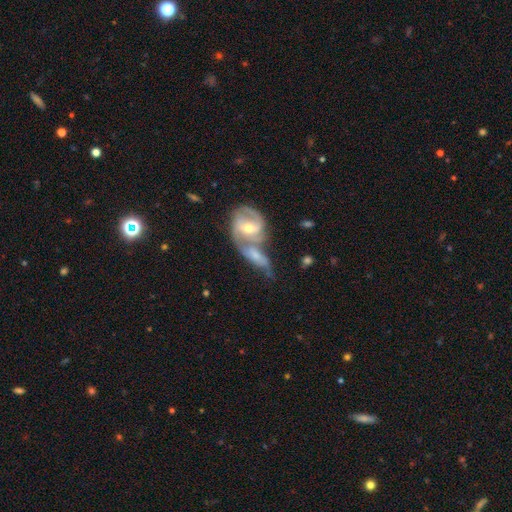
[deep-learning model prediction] This appears to be a featured or disk galaxy (67%) with a weak bar (44%), 2 (75%) medium (48%) spiral arms (87%) and a moderate central bulge (57%). Merging: merger (62%).